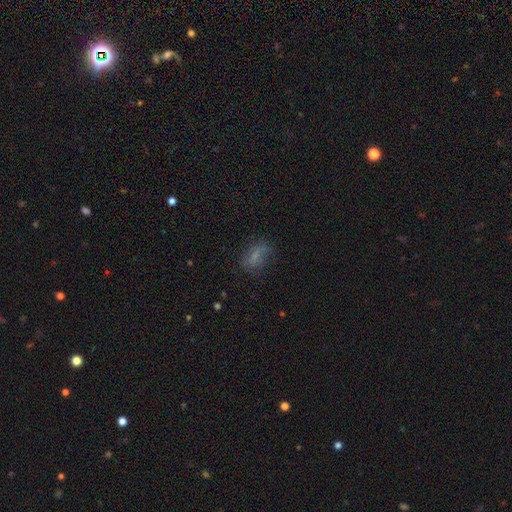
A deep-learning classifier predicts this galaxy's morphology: smooth 57%, featured or disk 27%, star or artifact 16%. Down the decision tree: how rounded — in between (72%); merging — none (61%).